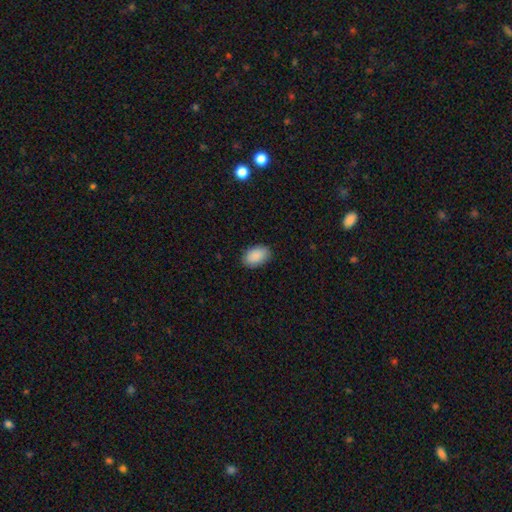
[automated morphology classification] Overall: smooth (91%). How rounded: in between (91%). Merging: none (88%).